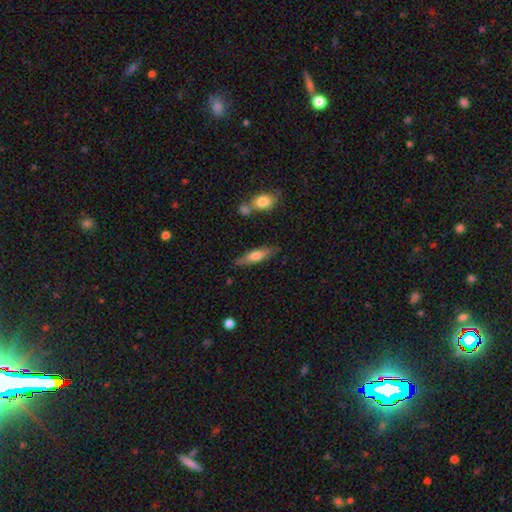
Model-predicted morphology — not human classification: This is possibly a smooth galaxy (58%). How rounded: likely cigar-shaped (69%). Merging: likely none (79%).